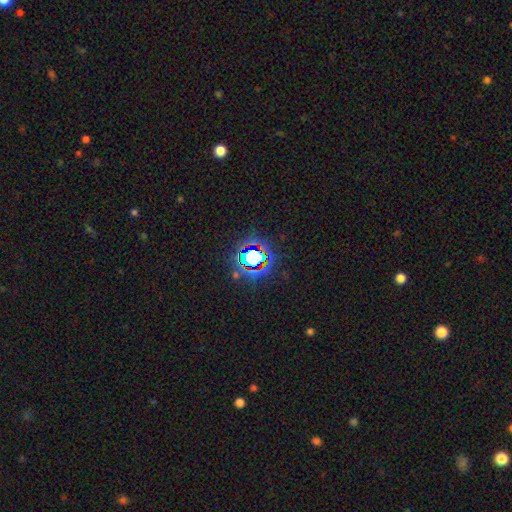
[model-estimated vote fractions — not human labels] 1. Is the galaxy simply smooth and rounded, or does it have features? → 78% star or artifact, 13% smooth, 8% featured or disk.